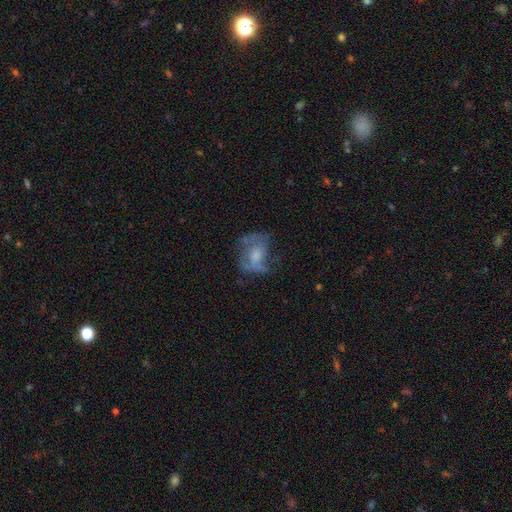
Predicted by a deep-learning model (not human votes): Q: Smooth or featured?
A: featured or disk (55%); runner-up: smooth (34%)
Q: Edge-on disk?
A: no (96%); runner-up: yes (4%)
Q: Bar?
A: no (69%); runner-up: weak (26%)
Q: Spiral arms?
A: no (51%); runner-up: yes (49%)
Q: Bulge size?
A: moderate (41%); runner-up: small (23%)
Q: Merging?
A: none (41%); runner-up: major disturbance (32%)